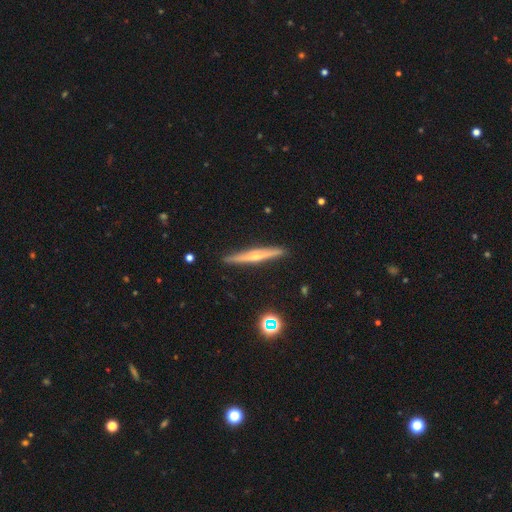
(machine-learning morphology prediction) smooth-or-featured: featured or disk: 67% | smooth: 27% | star or artifact: 7%
  disk-edge-on: yes: 97% | no: 3%
    edge-on-bulge: rounded: 77% | none: 19% | boxy: 5%
  merging: none: 91% | minor disturbance: 6% | major disturbance: 1% | merger: 1%